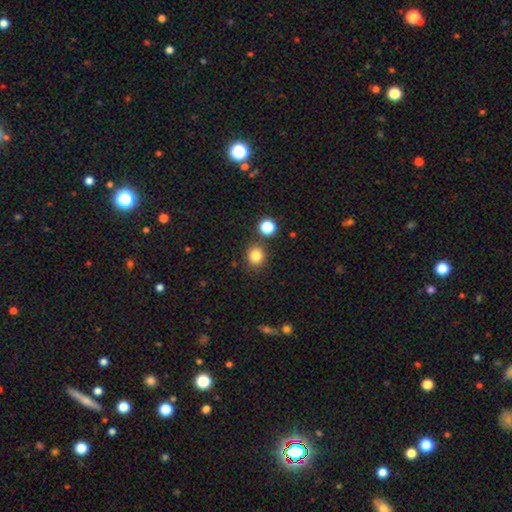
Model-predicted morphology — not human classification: Smooth or featured? Predicted: smooth (p=0.82). How rounded? Predicted: round (p=0.86). Merging? Predicted: none (p=0.83).